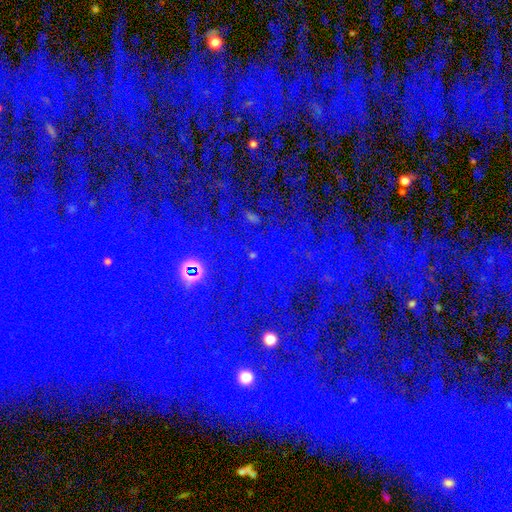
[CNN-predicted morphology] A star or artifact, not a galaxy (85%).

Vote fractions:
- Smooth or featured? star or artifact: 85% / featured or disk: 8% / smooth: 7%